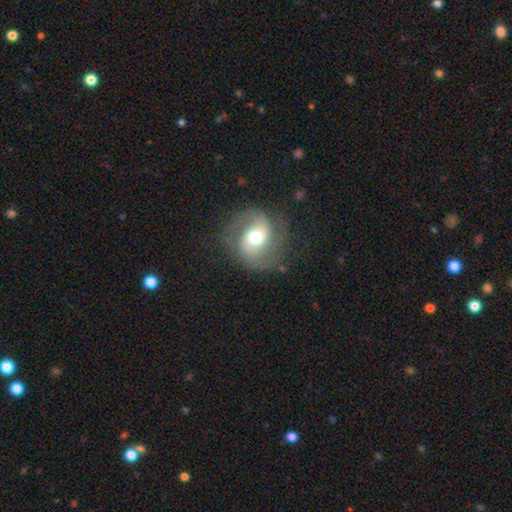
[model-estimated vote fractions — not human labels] Overall: featured or disk (78%). Edge-on disk: no (97%). Bar: weak (42%; no 38%). Spiral arms: yes (92%). Spiral arm count: 2 (89%). Spiral winding: medium (48%; loose 27%). Bulge size: moderate (69%). Merging: none (78%).